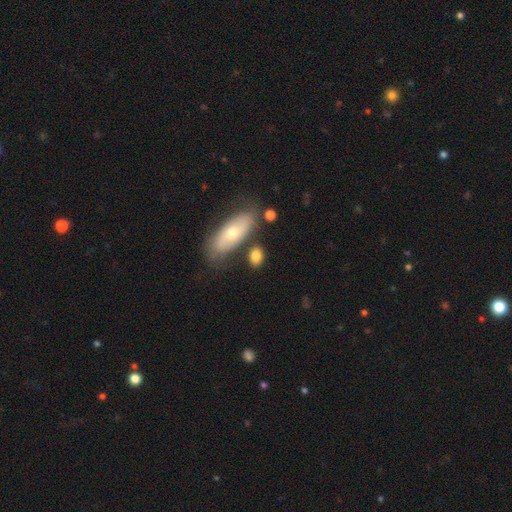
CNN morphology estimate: Smooth or featured?
  - smooth: 77% *
  - featured or disk: 16%
  - star or artifact: 7%
How rounded?
  - in between: 71% *
  - round: 21%
  - cigar-shaped: 8%
Merging?
  - none: 70% *
  - minor disturbance: 15%
  - merger: 11%
  - major disturbance: 5%